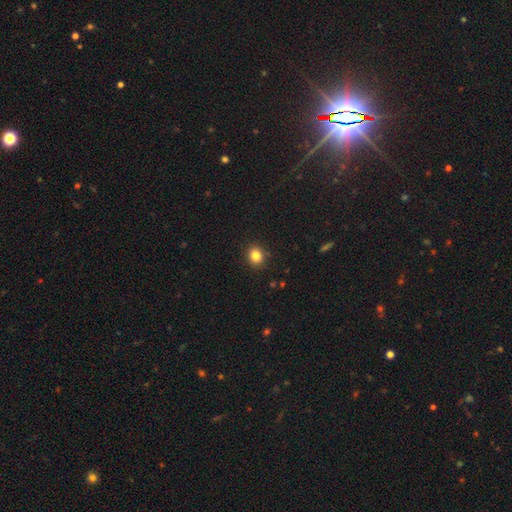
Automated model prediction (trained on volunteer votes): Smooth or featured? Predicted: smooth (p=0.84). How rounded? Predicted: round (p=0.67). Merging? Predicted: none (p=0.90).